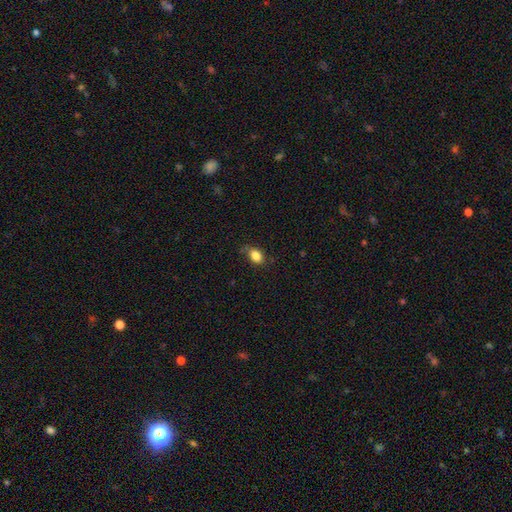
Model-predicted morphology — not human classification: This is clearly a smooth galaxy (85%). How rounded: likely in between (78%). Merging: likely none (73%).